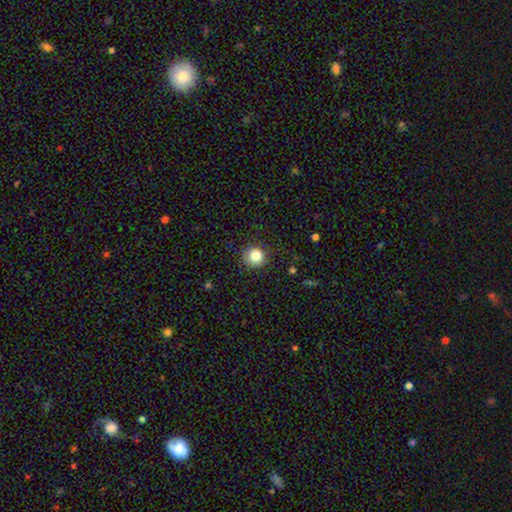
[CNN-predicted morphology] type=smooth (82%); roundness=round (90%); merging=none (85%).